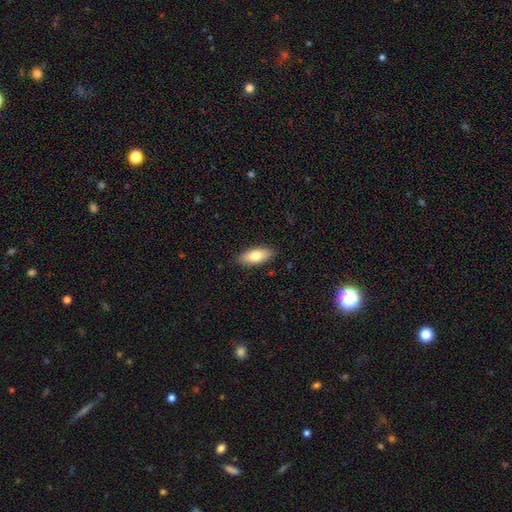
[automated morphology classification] Q: Smooth or featured?
A: smooth (79%); runner-up: featured or disk (15%)
Q: How rounded?
A: in between (80%); runner-up: cigar-shaped (17%)
Q: Merging?
A: none (88%); runner-up: minor disturbance (9%)